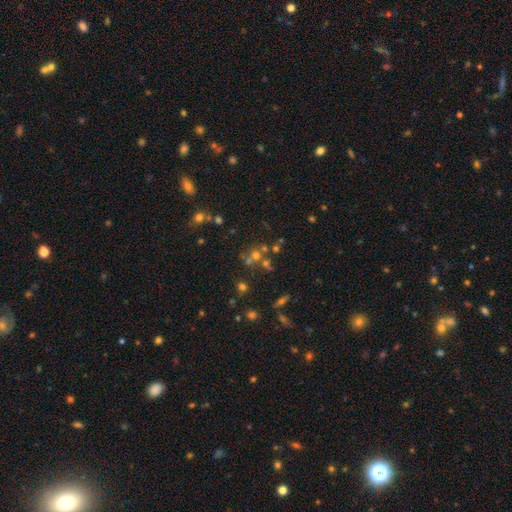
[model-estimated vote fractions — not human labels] Smooth or featured? Predicted: smooth (p=0.45). Merging? Predicted: none (p=0.51).